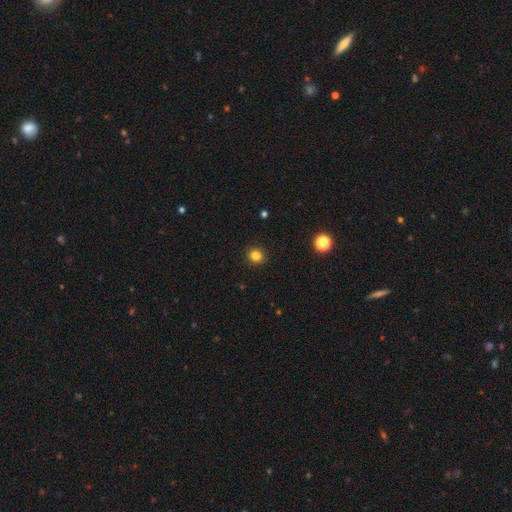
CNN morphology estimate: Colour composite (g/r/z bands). It shows a smooth galaxy with no disk features (83%) that is round (86%). Merging: none (92%).